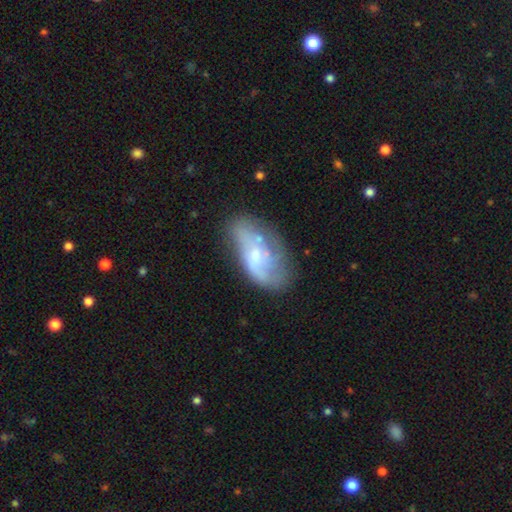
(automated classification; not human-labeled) This appears to be a featured or disk galaxy (57%) with no bar (67%), spiral arms (60%) and a small central bulge (45%). Merging: none (45%).